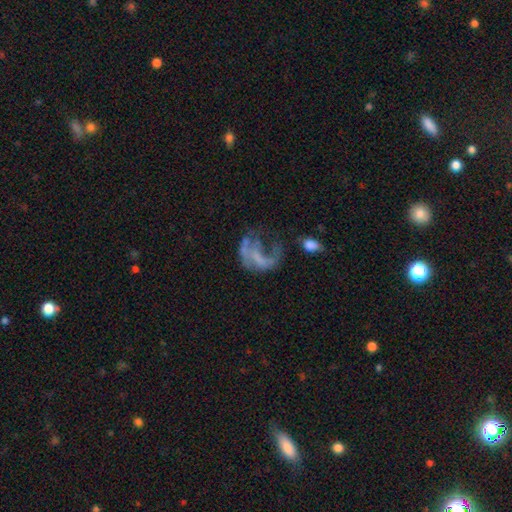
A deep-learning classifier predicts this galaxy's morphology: smooth_or_featured: featured or disk (p=0.59) [alt: smooth p=0.25]
disk_edge_on: no (p=0.98) [alt: yes p=0.02]
bar: no (p=0.80) [alt: weak p=0.15]
has_spiral_arms: no (p=0.71) [alt: yes p=0.29]
bulge_size: none (p=0.78) [alt: small p=0.12]
merging: major disturbance (p=0.53) [alt: none p=0.24]